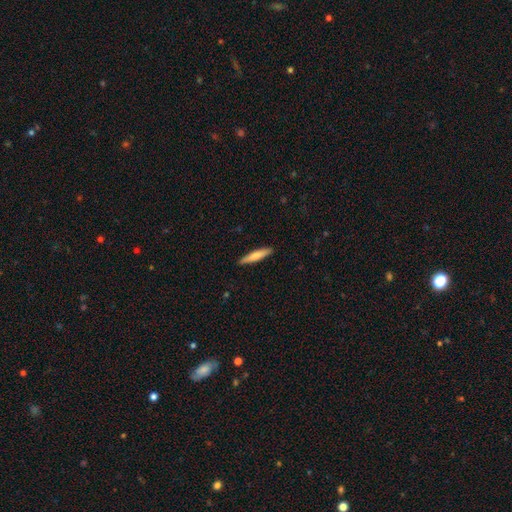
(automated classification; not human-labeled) The model was most divided on "smooth or featured": smooth: 68%, featured or disk: 27%, star or artifact: 5%. More confident: merging — none (90%); how rounded — cigar-shaped (88%).